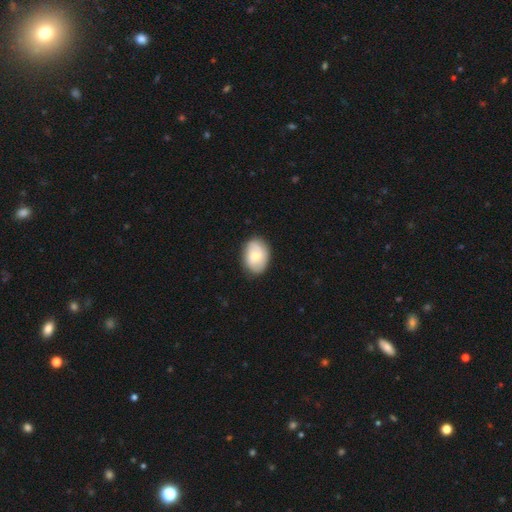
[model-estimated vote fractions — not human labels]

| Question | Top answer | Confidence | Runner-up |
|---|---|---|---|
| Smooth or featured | smooth | 56% | featured or disk (38%) |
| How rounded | in between | 75% | round (23%) |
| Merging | none | 82% | minor disturbance (13%) |